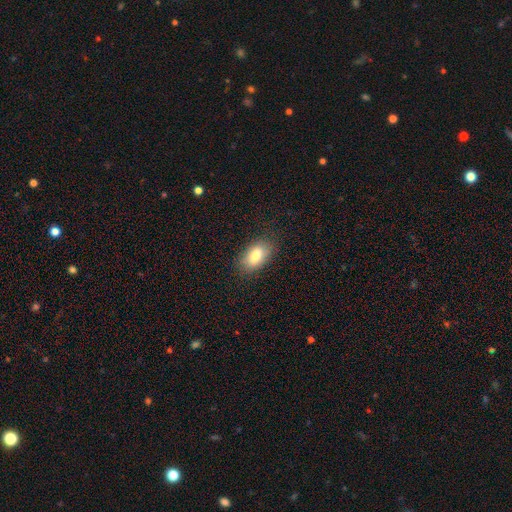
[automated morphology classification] smooth_or_featured: smooth (p=0.80) [alt: featured or disk p=0.12]
how_rounded: in between (p=0.91) [alt: round p=0.07]
merging: none (p=0.83) [alt: minor disturbance p=0.12]